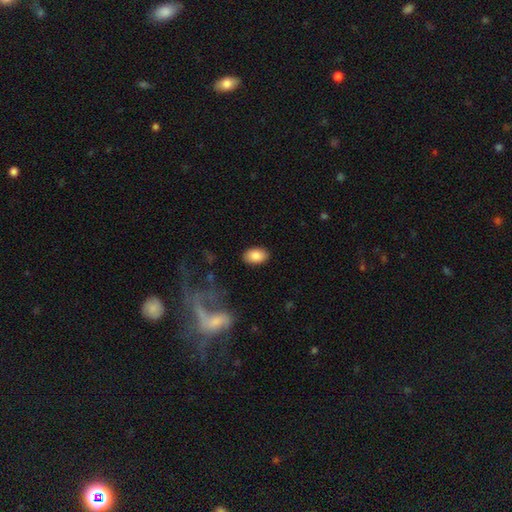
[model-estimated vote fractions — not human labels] Q: Smooth or featured?
A: smooth (86%); runner-up: star or artifact (7%)
Q: How rounded?
A: in between (89%); runner-up: round (9%)
Q: Merging?
A: none (87%); runner-up: minor disturbance (9%)